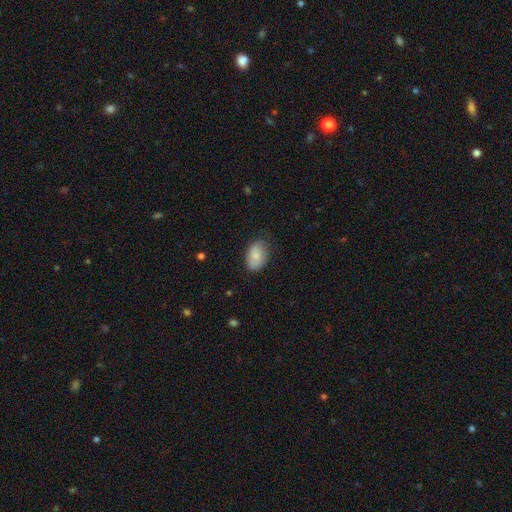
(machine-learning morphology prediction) smooth_or_featured: smooth (p=0.82) [alt: featured or disk p=0.11]
how_rounded: in between (p=0.87) [alt: round p=0.12]
merging: none (p=0.71) [alt: minor disturbance p=0.23]